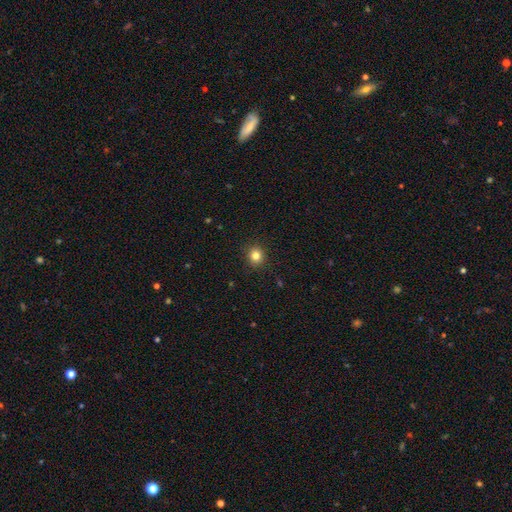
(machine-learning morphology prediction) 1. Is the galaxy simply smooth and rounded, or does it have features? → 82% smooth, 12% star or artifact, 5% featured or disk.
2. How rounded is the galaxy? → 86% round, 14% in between, 1% cigar-shaped.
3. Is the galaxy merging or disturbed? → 91% none, 6% minor disturbance, 2% major disturbance, 1% merger.